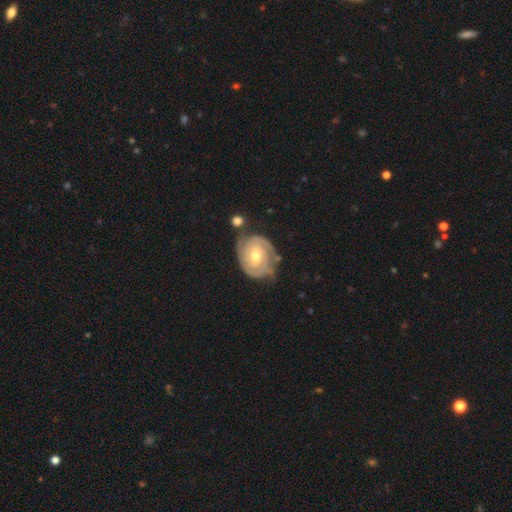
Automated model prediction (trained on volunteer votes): smooth-or-featured: featured or disk: 86% | smooth: 9% | star or artifact: 5%
  disk-edge-on: no: 97% | yes: 3%
    bar: no: 67% | weak: 27% | strong: 6%
    has-spiral-arms: yes: 96% | no: 4%
      spiral-winding: tight: 77% | medium: 19% | loose: 4%
      spiral-arm-count: 2: 61% | can't tell: 15% | 3: 15% | 4: 4% | 1: 3% | more than 4: 3%
    bulge-size: moderate: 62% | small: 34% | large: 2% | none: 1% | dominant: 1%
  merging: none: 66% | minor disturbance: 21% | major disturbance: 7% | merger: 6%